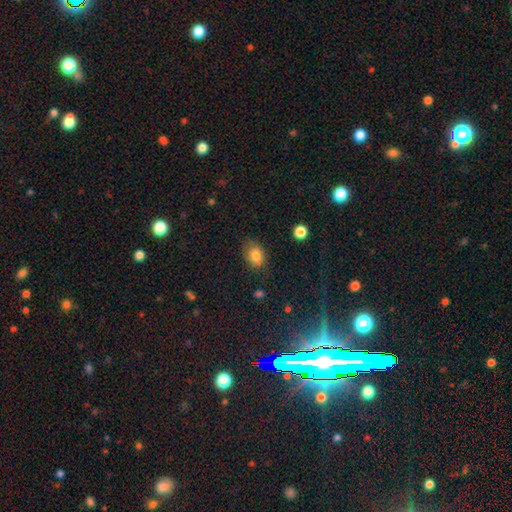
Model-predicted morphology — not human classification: smooth-or-featured: smooth: 82% | star or artifact: 10% | featured or disk: 8%
  how-rounded: in between: 70% | round: 29% | cigar-shaped: 1%
  merging: none: 71% | minor disturbance: 22% | major disturbance: 5% | merger: 2%